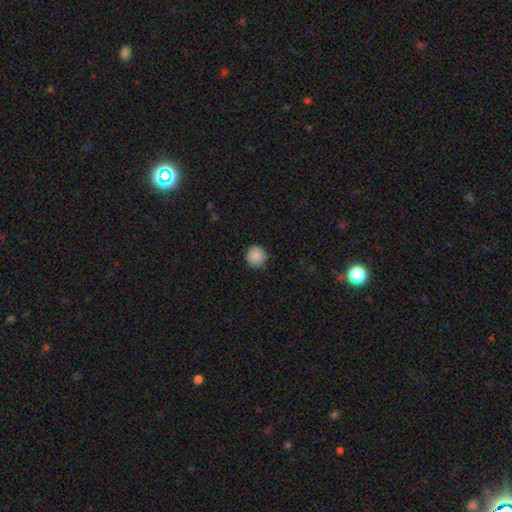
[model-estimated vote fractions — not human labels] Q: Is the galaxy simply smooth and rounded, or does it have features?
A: smooth — 86%.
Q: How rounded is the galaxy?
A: round — 93%.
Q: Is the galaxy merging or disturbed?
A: none — 84%.